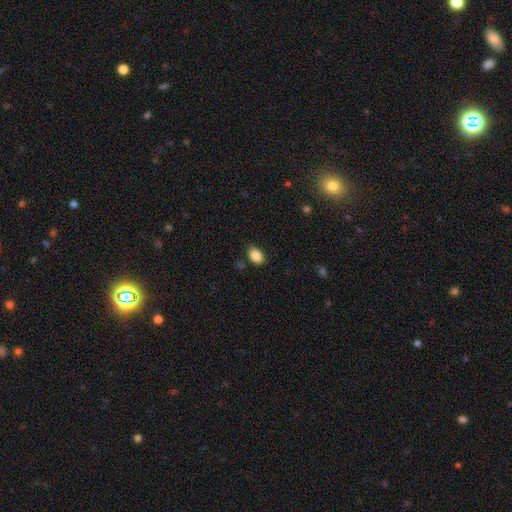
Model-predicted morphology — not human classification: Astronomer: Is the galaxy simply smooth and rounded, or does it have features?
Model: smooth — 88%.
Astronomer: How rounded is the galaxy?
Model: in between — 81%.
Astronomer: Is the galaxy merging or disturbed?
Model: none — 83%.